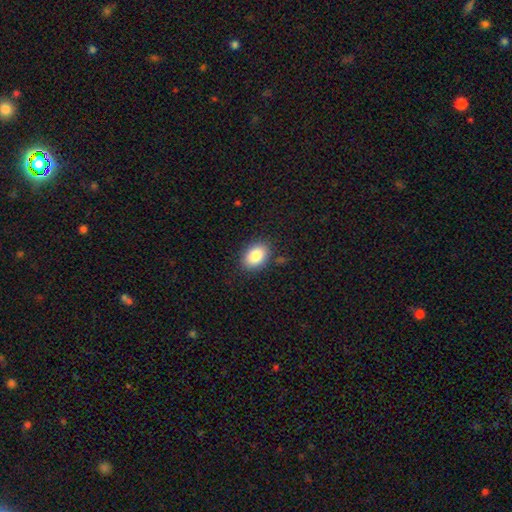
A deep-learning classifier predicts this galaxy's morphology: This appears to be a smooth galaxy with no disk features (86%) that is in between round and cigar-shaped (79%). Merging: none (85%).